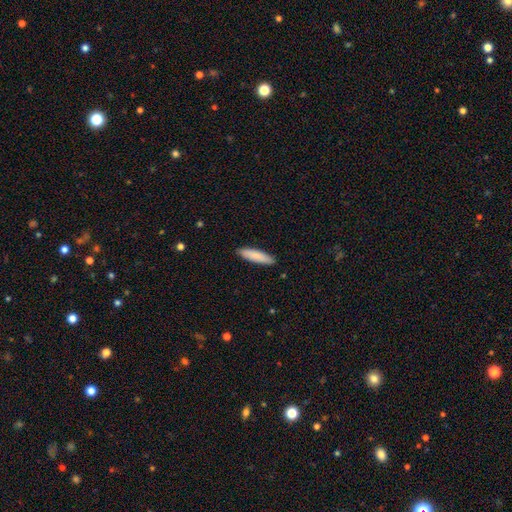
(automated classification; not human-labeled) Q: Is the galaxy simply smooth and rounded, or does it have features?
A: smooth — 87%.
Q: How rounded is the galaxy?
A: cigar-shaped — 74%.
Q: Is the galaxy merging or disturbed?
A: none — 89%.